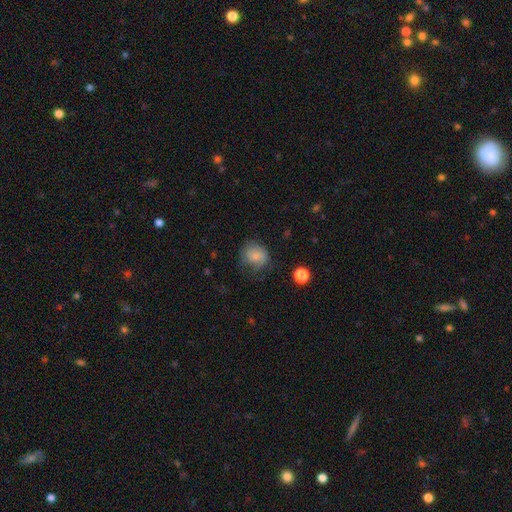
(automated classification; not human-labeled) This appears to be a smooth galaxy with no disk features (75%) that is round (74%). Merging: none (57%).